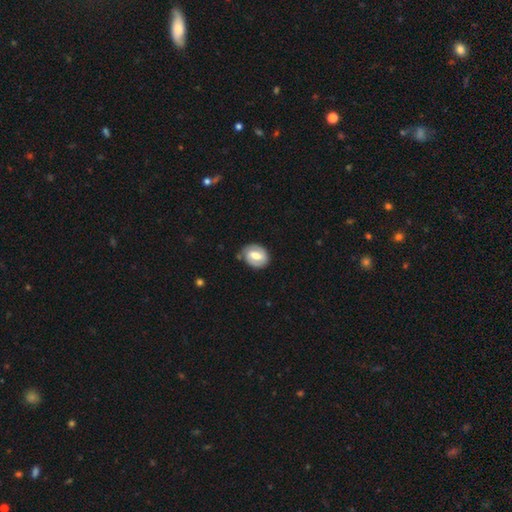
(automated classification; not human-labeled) Smooth or featured?
  - smooth: 48% *
  - featured or disk: 45%
  - star or artifact: 6%
Merging?
  - none: 77% *
  - minor disturbance: 16%
  - major disturbance: 4%
  - merger: 2%